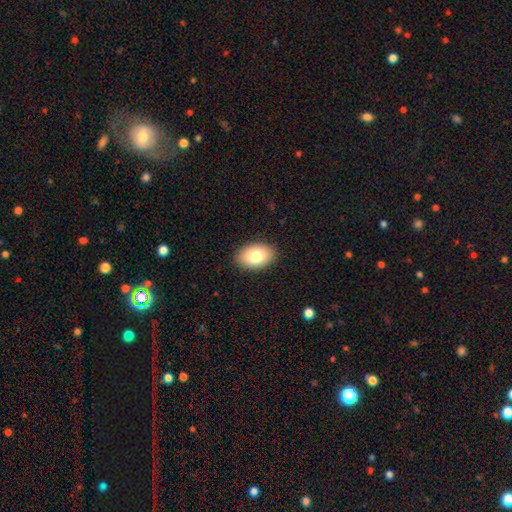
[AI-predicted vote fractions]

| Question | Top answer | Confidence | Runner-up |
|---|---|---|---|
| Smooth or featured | smooth | 80% | featured or disk (13%) |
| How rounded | in between | 89% | round (10%) |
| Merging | none | 89% | minor disturbance (8%) |